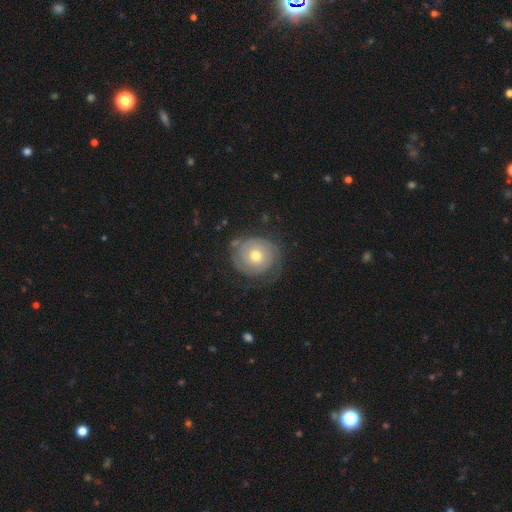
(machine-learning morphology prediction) A featured or disk galaxy (70%) with no bar (83%), 2 (47%) tight (78%) spiral arms (87%) and a moderate central bulge (71%). Merging: none (71%).